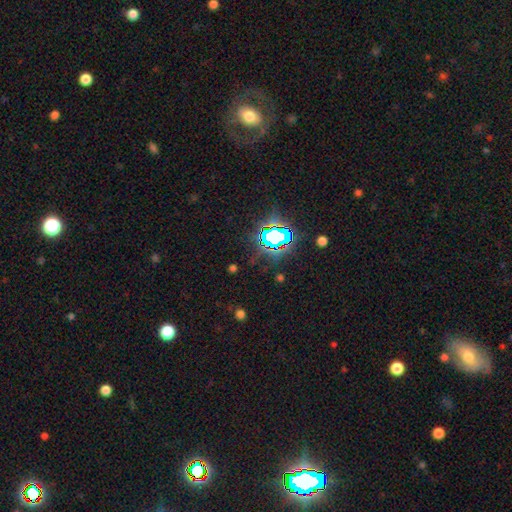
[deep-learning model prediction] Smooth or featured: star or artifact — 72% (smooth — 16%)